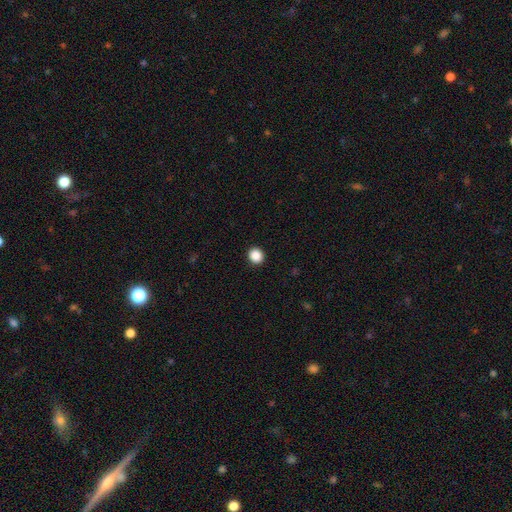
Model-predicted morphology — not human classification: The model was most divided on "how rounded": round: 87%, in between: 12%, cigar-shaped: 1%. More confident: merging — none (93%); smooth or featured — smooth (88%).